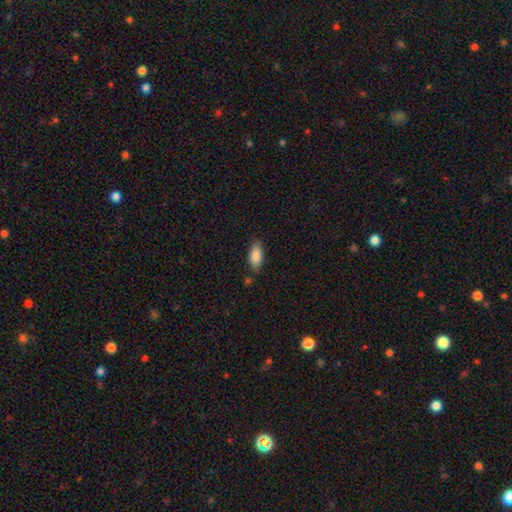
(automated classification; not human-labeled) The model was most divided on "merging": none: 76%, minor disturbance: 17%, merger: 4%, major disturbance: 3%. More confident: how rounded — in between (87%); smooth or featured — smooth (86%).